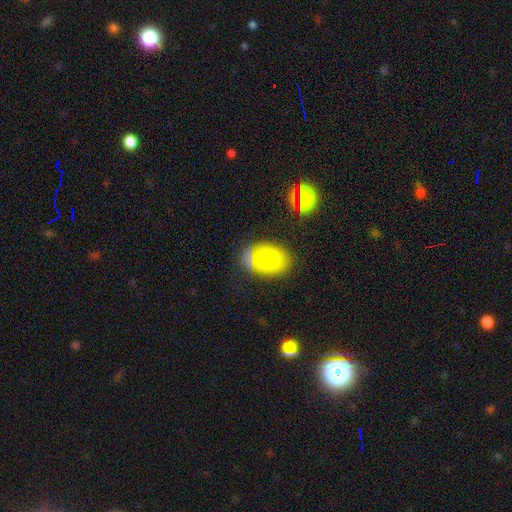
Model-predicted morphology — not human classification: Overall: smooth (74%). How rounded: in between (79%). Merging: none (77%).